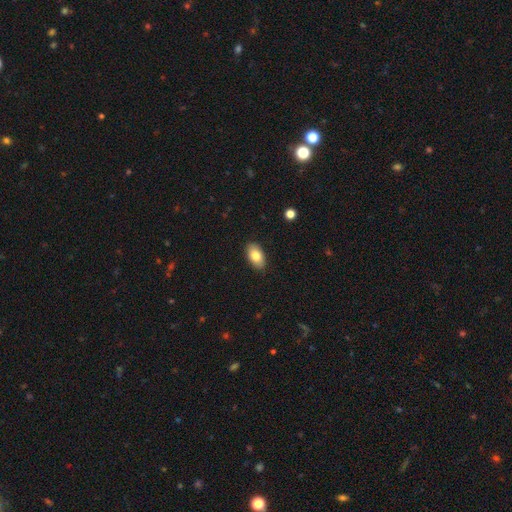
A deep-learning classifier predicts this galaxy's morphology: smooth-or-featured: smooth: 82% | featured or disk: 11% | star or artifact: 7%
  how-rounded: in between: 93% | round: 5% | cigar-shaped: 2%
  merging: none: 89% | minor disturbance: 8% | major disturbance: 2% | merger: 1%